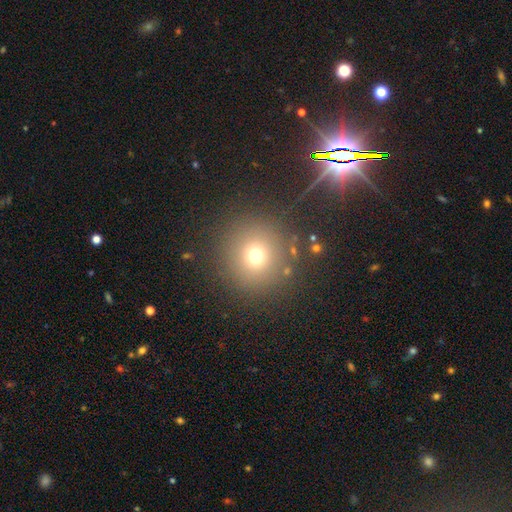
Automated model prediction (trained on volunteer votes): Q: Smooth or featured?
A: smooth (69%); runner-up: star or artifact (21%)
Q: How rounded?
A: round (94%); runner-up: in between (5%)
Q: Merging?
A: none (86%); runner-up: minor disturbance (7%)